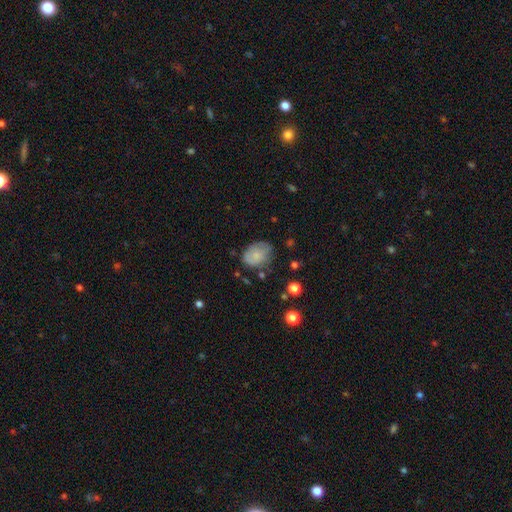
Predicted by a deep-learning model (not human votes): smooth-or-featured: smooth: 74% | featured or disk: 18% | star or artifact: 8%
  how-rounded: in between: 74% | round: 25% | cigar-shaped: 1%
  merging: none: 62% | minor disturbance: 28% | major disturbance: 8% | merger: 3%